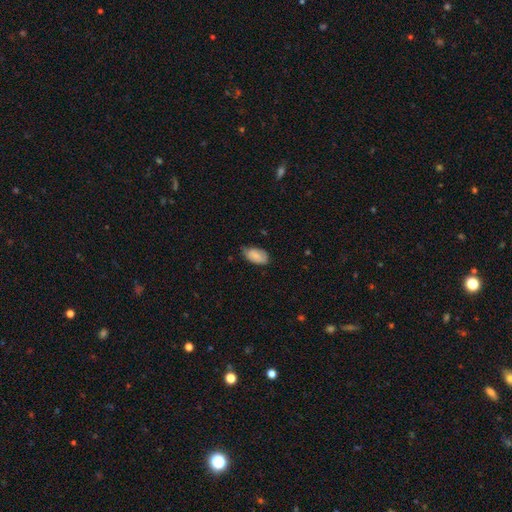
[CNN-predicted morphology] Smooth or featured?
  - smooth: 81% *
  - featured or disk: 12%
  - star or artifact: 7%
How rounded?
  - in between: 94% *
  - round: 4%
  - cigar-shaped: 2%
Merging?
  - none: 58% *
  - minor disturbance: 36%
  - major disturbance: 6%
  - merger: 1%